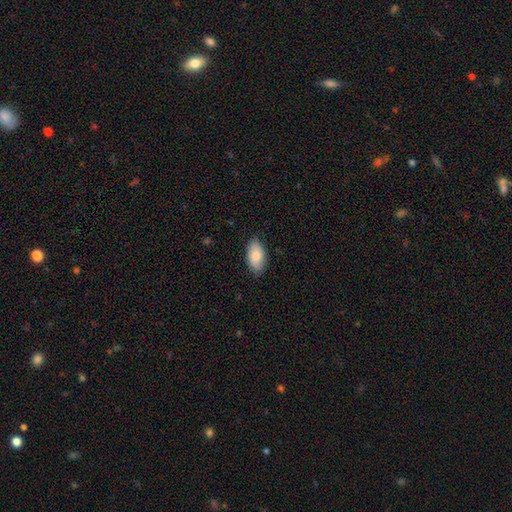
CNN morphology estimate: This appears to be a smooth galaxy with no disk features (79%) that is in between round and cigar-shaped (94%). Merging: none (83%).